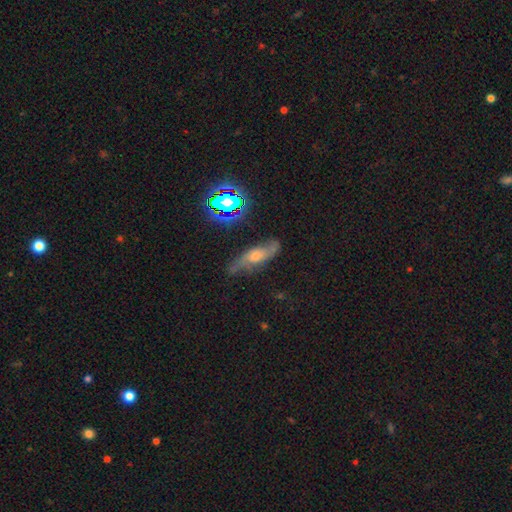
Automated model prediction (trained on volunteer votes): A featured or disk galaxy (62%).

Vote fractions:
- Smooth or featured? featured or disk: 62% / smooth: 23% / star or artifact: 15%
- Edge-on disk? no: 69% / yes: 31%
- Merging? none: 70% / minor disturbance: 21% / major disturbance: 7% / merger: 2%